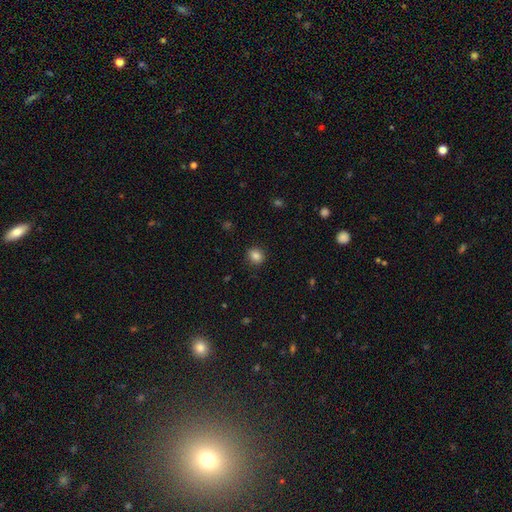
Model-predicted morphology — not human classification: smooth_or_featured: smooth (p=0.85) [alt: star or artifact p=0.11]
how_rounded: round (p=0.73) [alt: in between p=0.26]
merging: none (p=0.90) [alt: minor disturbance p=0.07]